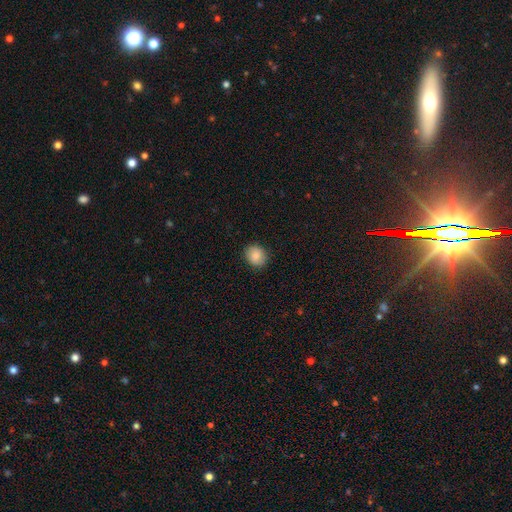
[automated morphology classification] This appears to be a smooth galaxy with no disk features (83%) that is round (73%). Merging: none (89%).